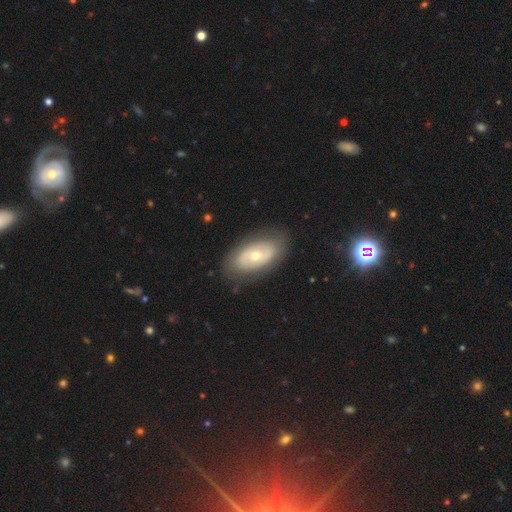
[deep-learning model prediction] A featured or disk galaxy (56%) with no bar (76%), no spiral arms (64%) and a moderate central bulge (61%).

Vote fractions:
- Smooth or featured? featured or disk: 56% / smooth: 38% / star or artifact: 6%
- Edge-on disk? no: 91% / yes: 9%
- Bar? no: 76% / weak: 18% / strong: 6%
- Spiral arms? no: 64% / yes: 36%
- Bulge size? moderate: 61% / small: 34% / large: 3% / dominant: 1% / none: 1%
- Merging? none: 82% / minor disturbance: 13% / major disturbance: 4% / merger: 1%